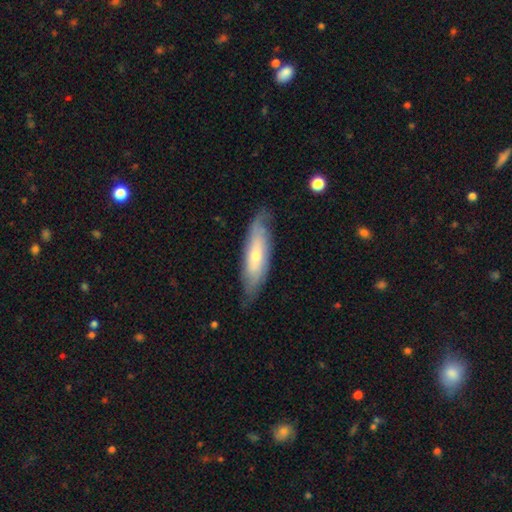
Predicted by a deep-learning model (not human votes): Smooth or featured: featured or disk — 53% (smooth — 41%)
Edge-on disk: no — 64% (yes — 36%)
Merging: none — 74% (minor disturbance — 20%)